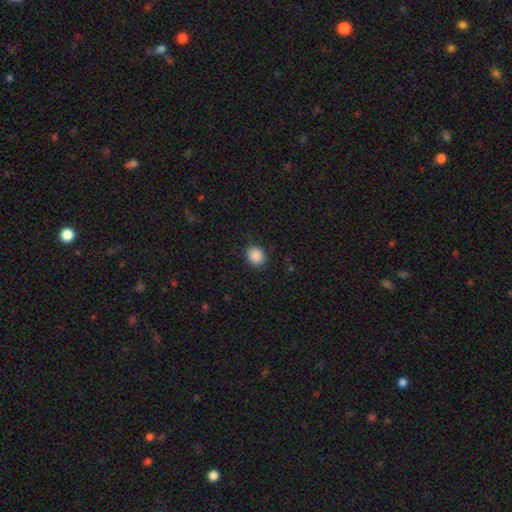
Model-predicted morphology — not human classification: Smooth or featured? Predicted: smooth (p=0.88). How rounded? Predicted: round (p=0.56). Merging? Predicted: none (p=0.86).